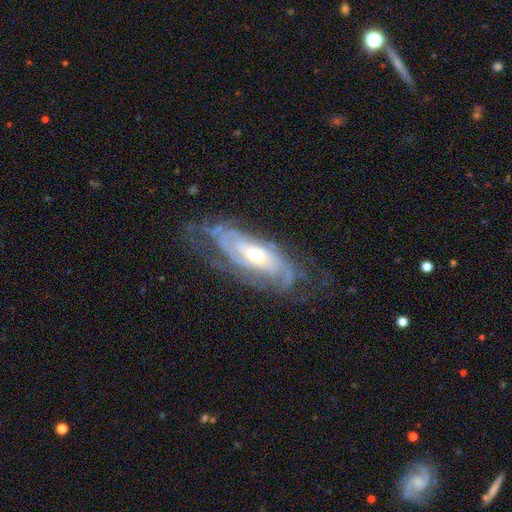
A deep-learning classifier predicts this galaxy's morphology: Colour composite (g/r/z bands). It shows a featured or disk galaxy (85%) with no bar (65%), tight (63%) spiral arms (93%) and a moderate central bulge (67%). Merging: none (63%).